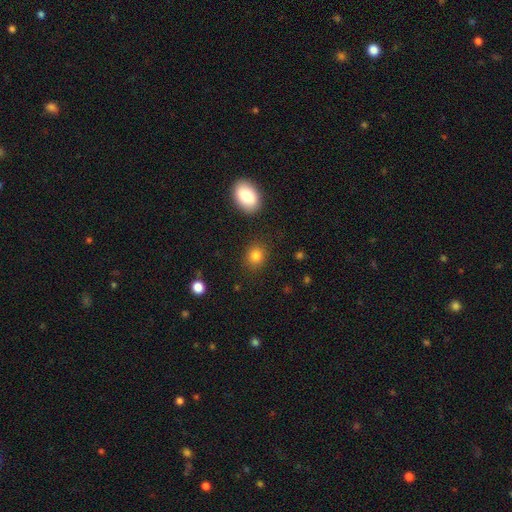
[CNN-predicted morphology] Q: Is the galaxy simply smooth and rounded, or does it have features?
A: smooth — 83%.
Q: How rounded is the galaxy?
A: round — 69%.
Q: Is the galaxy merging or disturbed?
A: none — 86%.